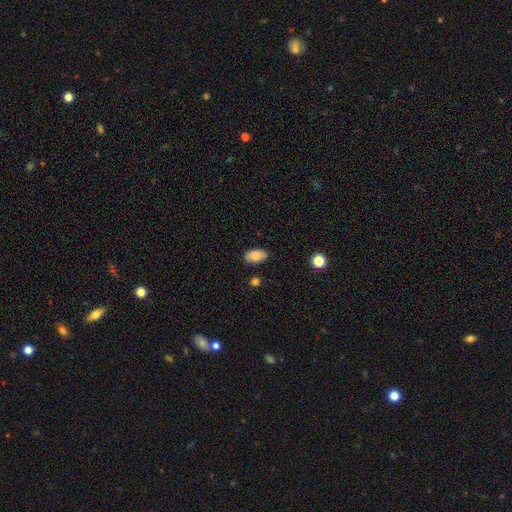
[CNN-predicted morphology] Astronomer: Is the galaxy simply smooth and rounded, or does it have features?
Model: smooth — 83%.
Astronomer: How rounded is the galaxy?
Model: in between — 94%.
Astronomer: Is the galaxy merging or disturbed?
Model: none — 84%.